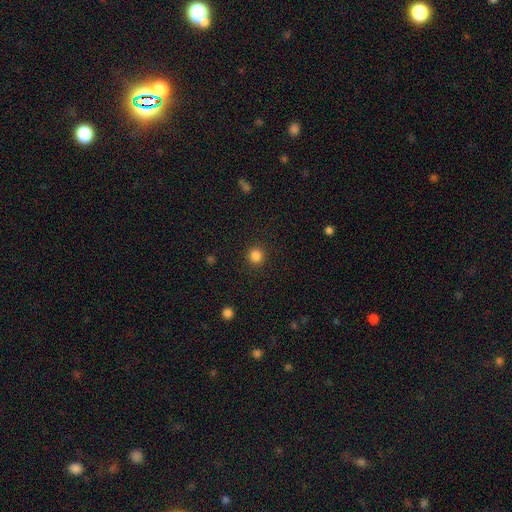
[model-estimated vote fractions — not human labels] This appears to be a smooth galaxy with no disk features (85%) that is round (94%). Merging: none (92%).